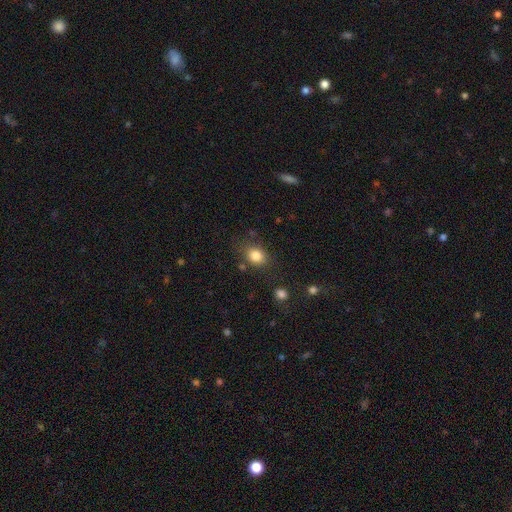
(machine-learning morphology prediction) Smooth or featured? smooth (84%)
How rounded? round (51%)
Merging? none (75%)